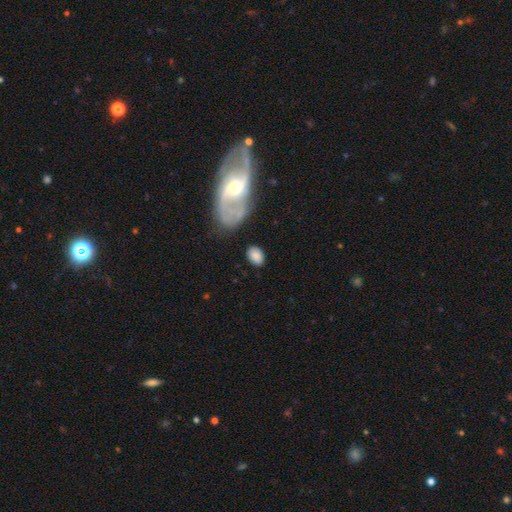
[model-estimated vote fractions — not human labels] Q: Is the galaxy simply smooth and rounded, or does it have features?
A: smooth — 79%.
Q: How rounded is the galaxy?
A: in between — 83%.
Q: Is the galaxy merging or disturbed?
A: none — 72%.